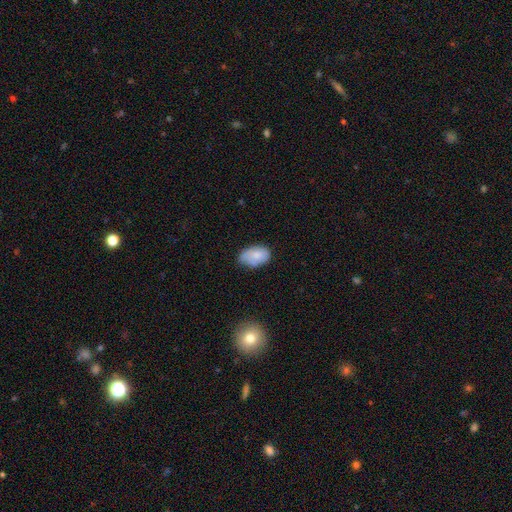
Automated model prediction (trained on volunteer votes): This is likely a smooth galaxy (79%). How rounded: clearly in between (91%). Merging: likely none (60%).